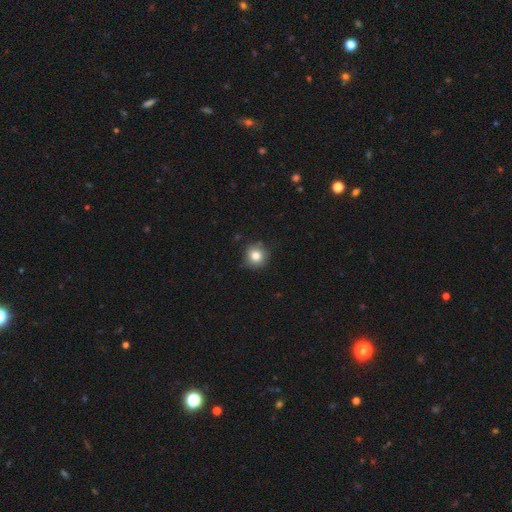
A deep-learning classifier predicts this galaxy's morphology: type=smooth (82%); roundness=round (91%); merging=none (86%).